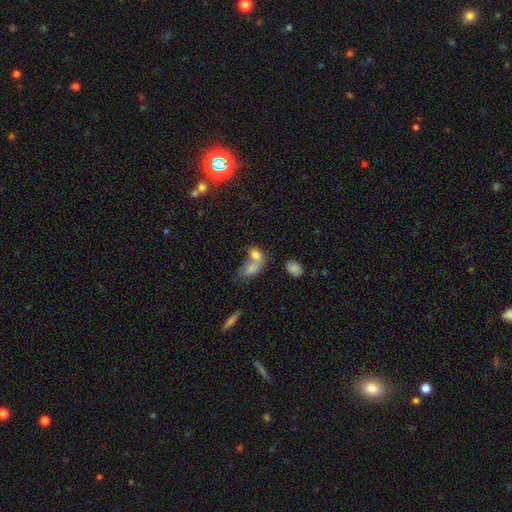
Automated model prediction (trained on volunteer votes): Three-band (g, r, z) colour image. It shows a smooth galaxy with no disk features (76%) that is in between round and cigar-shaped (74%). Merging: merger (63%).